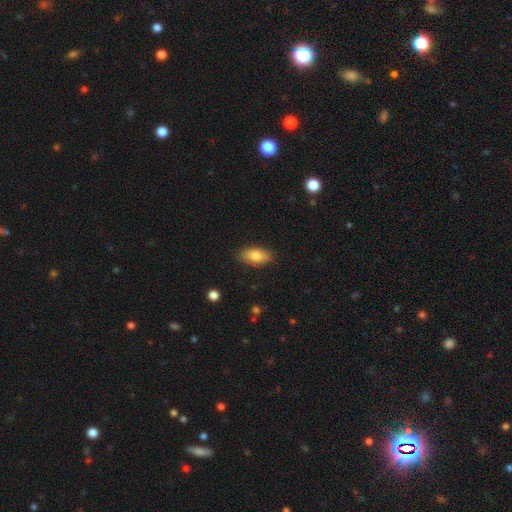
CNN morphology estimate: The model was most divided on "smooth or featured": smooth: 80%, featured or disk: 13%, star or artifact: 7%. More confident: how rounded — in between (90%); merging — none (83%).